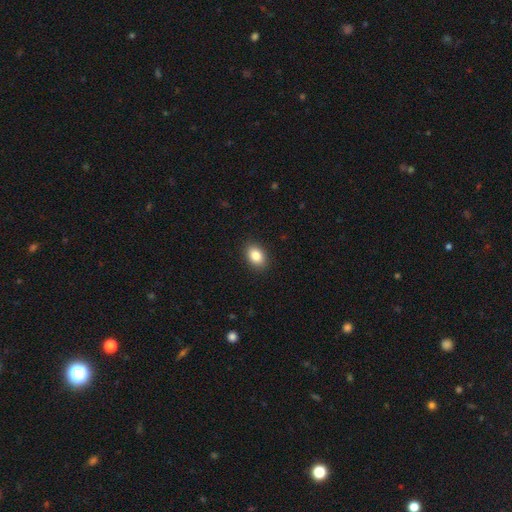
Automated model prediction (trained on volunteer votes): Overall: smooth (86%). How rounded: in between (78%). Merging: none (90%).